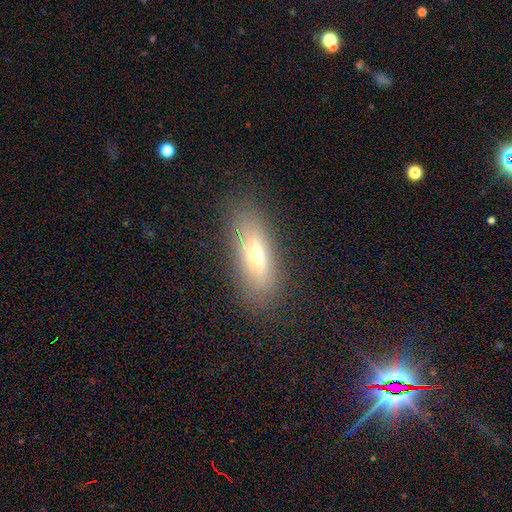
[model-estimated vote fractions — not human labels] Smooth or featured? smooth (57%)
How rounded? in between (61%)
Merging? none (83%)